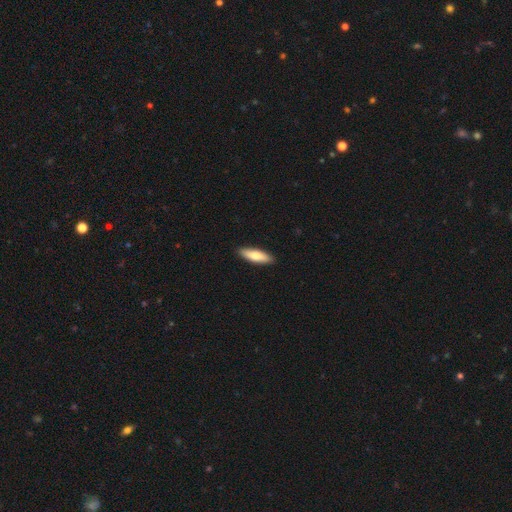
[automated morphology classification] A smooth galaxy with no disk features (75%) that is cigar-shaped (54%). Merging: none (90%).